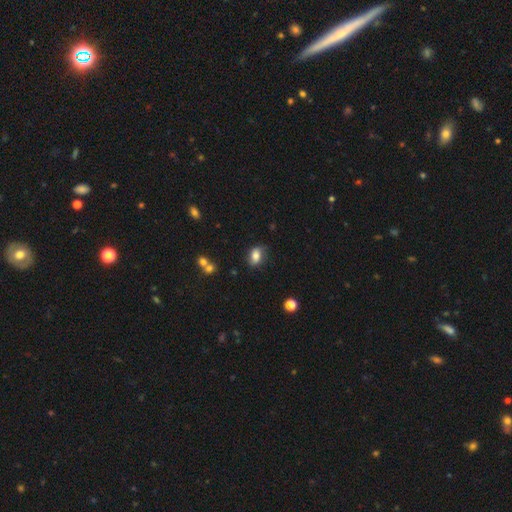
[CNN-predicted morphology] This appears to be a smooth galaxy with no disk features (79%) that is in between round and cigar-shaped (80%). Merging: none (77%).